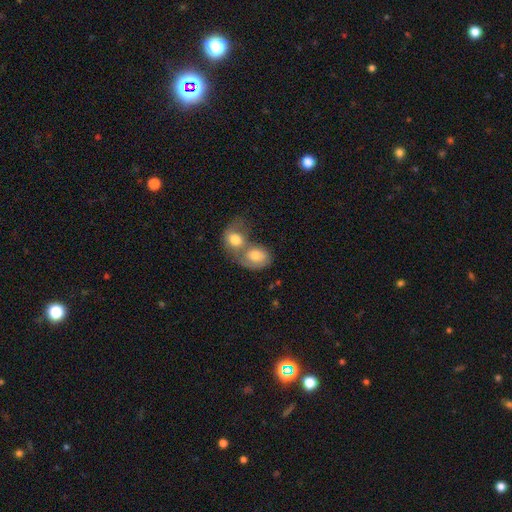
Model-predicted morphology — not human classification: A smooth galaxy with no disk features (68%) that is in between round and cigar-shaped (64%). Merging: merger (76%).